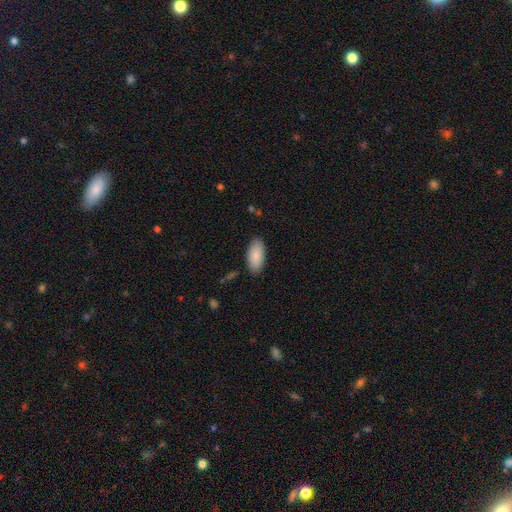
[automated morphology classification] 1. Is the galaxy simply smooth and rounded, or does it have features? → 88% smooth, 6% featured or disk, 6% star or artifact.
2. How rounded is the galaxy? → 92% in between, 7% cigar-shaped, 2% round.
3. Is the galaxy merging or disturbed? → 86% none, 11% minor disturbance, 2% major disturbance, 1% merger.